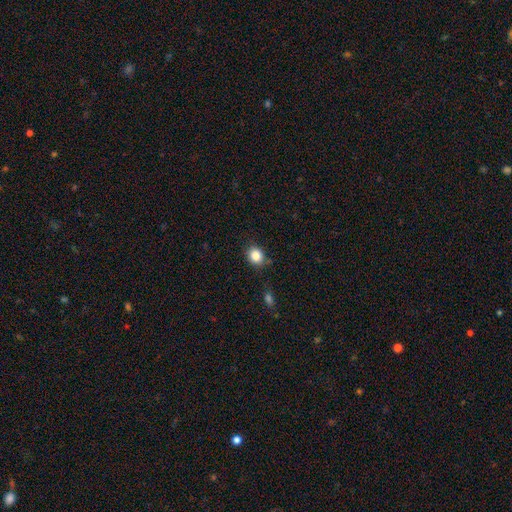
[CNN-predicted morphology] smooth 84%, star or artifact 10%, featured or disk 5%. Down the decision tree: how rounded — round (68%); merging — none (80%).